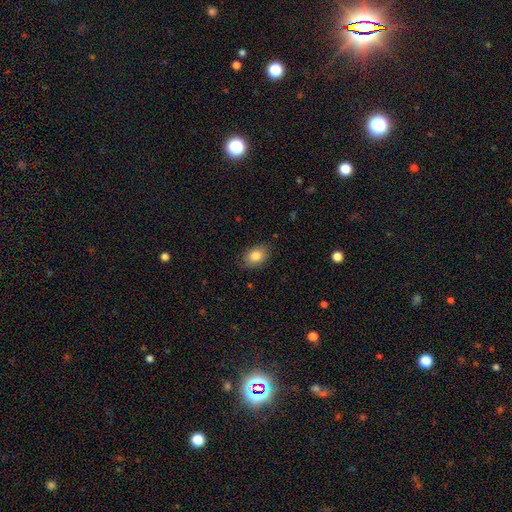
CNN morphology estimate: Smooth or featured?
  - smooth: 84% *
  - star or artifact: 8%
  - featured or disk: 8%
How rounded?
  - in between: 78% *
  - round: 21%
  - cigar-shaped: 1%
Merging?
  - none: 80% *
  - minor disturbance: 15%
  - major disturbance: 3%
  - merger: 1%